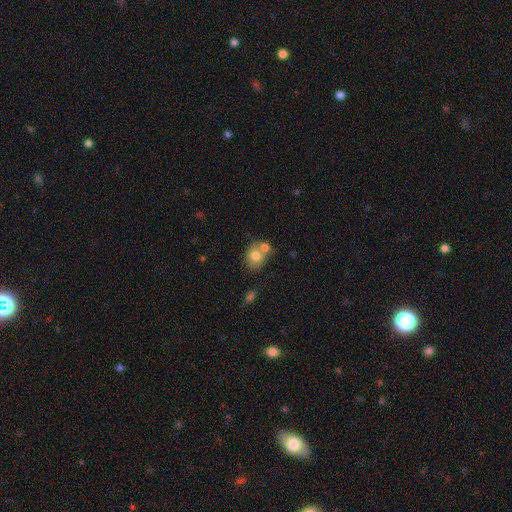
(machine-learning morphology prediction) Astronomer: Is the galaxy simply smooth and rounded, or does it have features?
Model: smooth — 75%.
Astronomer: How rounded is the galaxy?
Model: round — 64%.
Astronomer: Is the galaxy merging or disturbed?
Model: none — 45% (runner-up: merger, 41%).